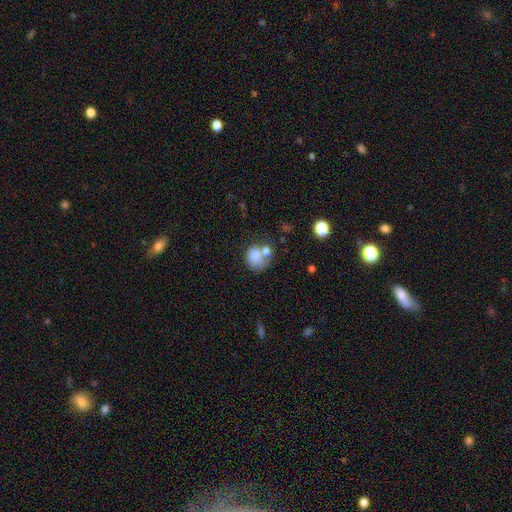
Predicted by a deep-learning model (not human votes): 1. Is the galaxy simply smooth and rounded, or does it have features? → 78% smooth, 12% featured or disk, 10% star or artifact.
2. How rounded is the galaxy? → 72% round, 28% in between, 1% cigar-shaped.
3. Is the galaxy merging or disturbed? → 41% none, 31% merger, 17% minor disturbance, 11% major disturbance.